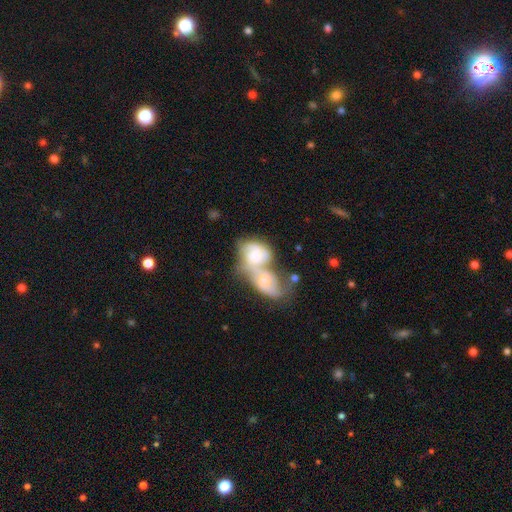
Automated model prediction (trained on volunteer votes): The model was most divided on "smooth or featured": featured or disk: 61%, smooth: 33%, star or artifact: 6%. More confident: edge-on disk — no (96%); spiral arms — yes (82%); merging — merger (81%); bar — no (66%); bulge size — moderate (60%).